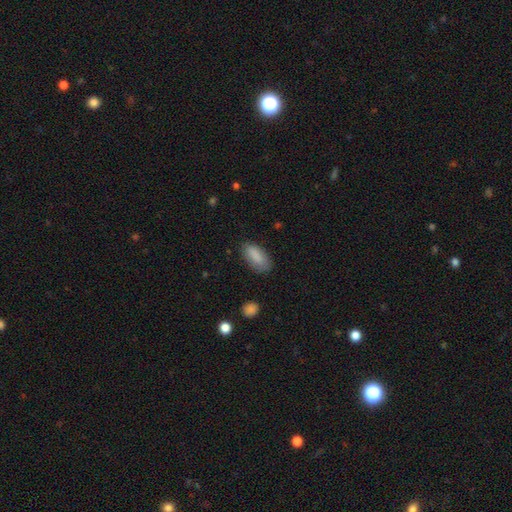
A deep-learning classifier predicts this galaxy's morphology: Smooth or featured?
  - smooth: 87% *
  - star or artifact: 7%
  - featured or disk: 7%
How rounded?
  - in between: 87% *
  - cigar-shaped: 10%
  - round: 2%
Merging?
  - none: 76% *
  - minor disturbance: 18%
  - major disturbance: 4%
  - merger: 2%